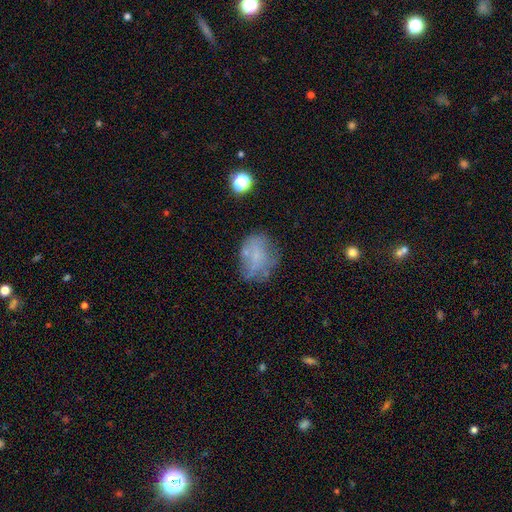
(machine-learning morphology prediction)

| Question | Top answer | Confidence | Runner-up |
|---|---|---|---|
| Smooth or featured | smooth | 50% | featured or disk (37%) |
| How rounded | in between | 59% | round (39%) |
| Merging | none | 53% | minor disturbance (26%) |